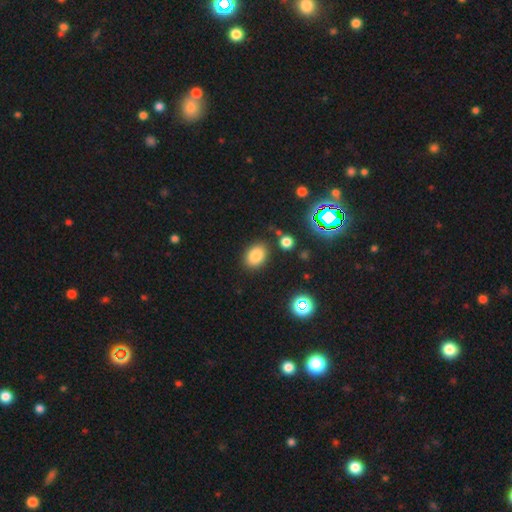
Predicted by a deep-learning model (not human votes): This is clearly a smooth galaxy (82%). How rounded: likely in between (73%). Merging: clearly none (83%).